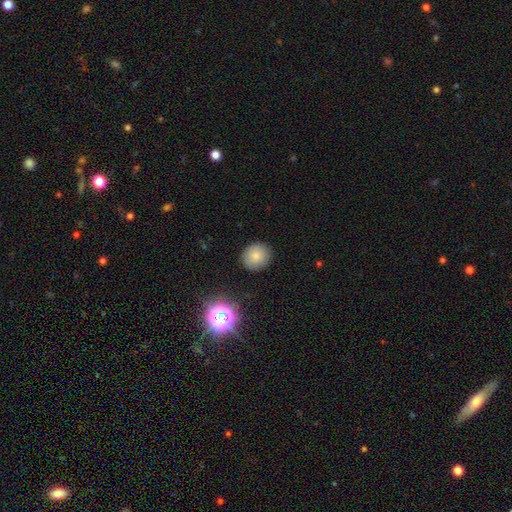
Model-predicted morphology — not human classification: Q: Smooth or featured?
A: smooth (79%); runner-up: star or artifact (13%)
Q: How rounded?
A: round (85%); runner-up: in between (15%)
Q: Merging?
A: none (88%); runner-up: minor disturbance (8%)